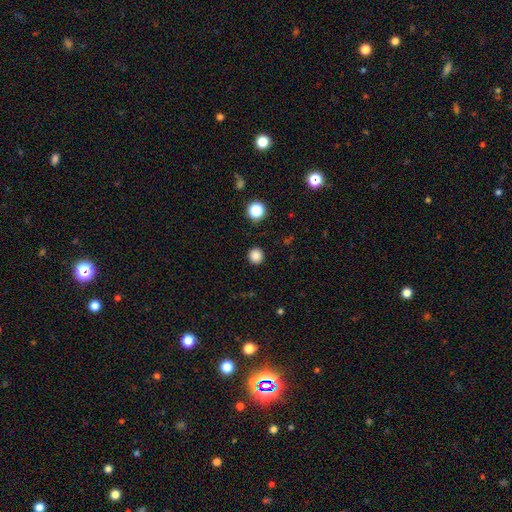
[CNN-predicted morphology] This is clearly a smooth galaxy (84%). How rounded: clearly round (94%). Merging: clearly none (91%).